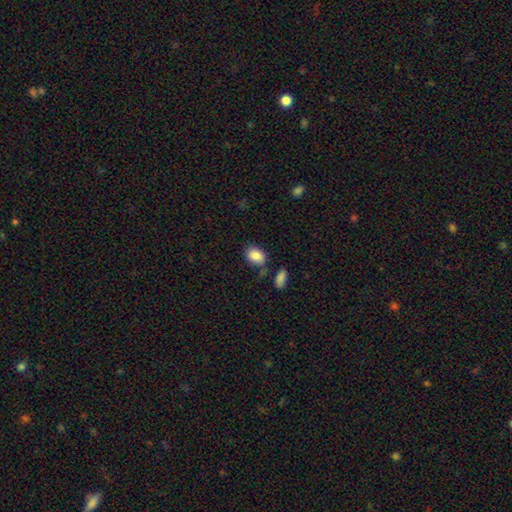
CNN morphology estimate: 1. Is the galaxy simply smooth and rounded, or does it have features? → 86% smooth, 8% star or artifact, 6% featured or disk.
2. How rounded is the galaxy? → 77% in between, 22% round, 1% cigar-shaped.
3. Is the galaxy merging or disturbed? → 63% none, 21% minor disturbance, 10% merger, 7% major disturbance.